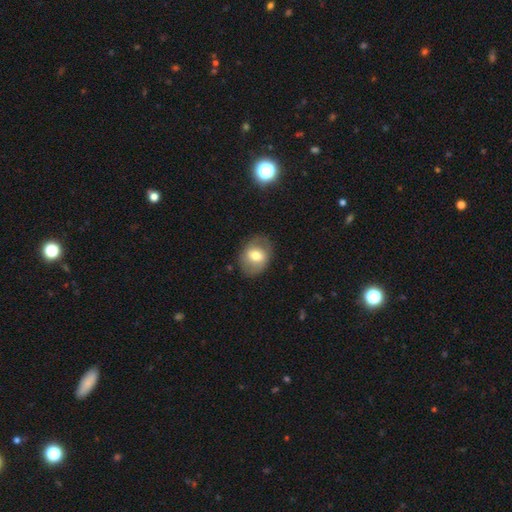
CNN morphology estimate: The model was most divided on "how rounded": in between: 59%, round: 40%, cigar-shaped: 1%. More confident: merging — none (78%); smooth or featured — smooth (58%).